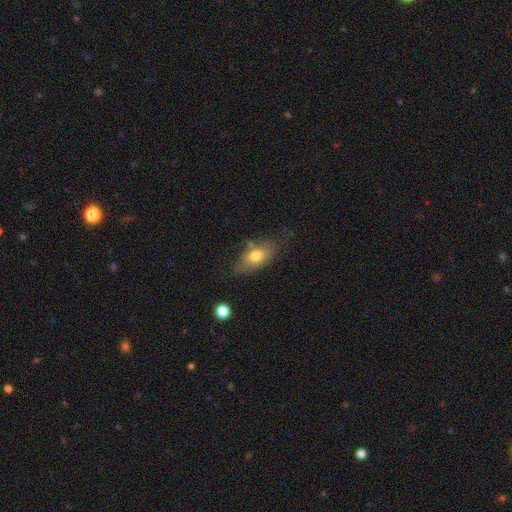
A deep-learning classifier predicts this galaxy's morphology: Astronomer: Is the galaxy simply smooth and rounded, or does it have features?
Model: smooth — 71%.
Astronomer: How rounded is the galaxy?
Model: in between — 89%.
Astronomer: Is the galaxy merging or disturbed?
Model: none — 65%.